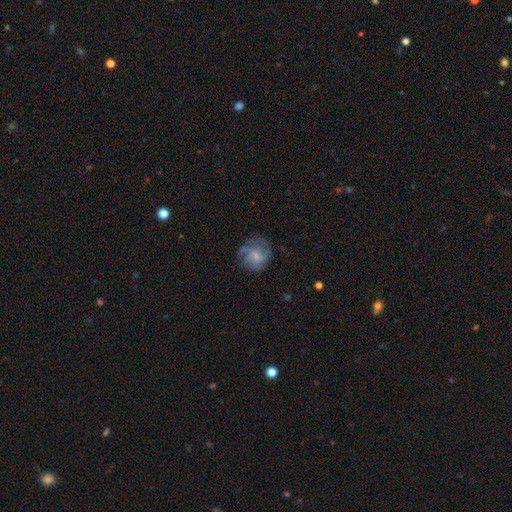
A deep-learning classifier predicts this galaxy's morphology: smooth 50%, featured or disk 42%, star or artifact 8%. Down the decision tree: merging — none (62%).